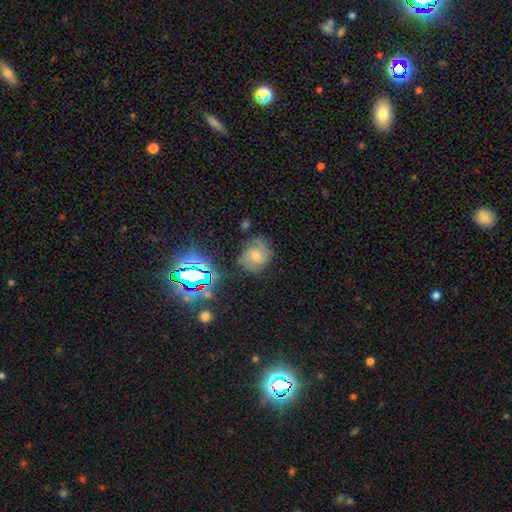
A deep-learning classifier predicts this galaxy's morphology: Q: Smooth or featured?
A: featured or disk (39%); runner-up: smooth (31%)
Q: Merging?
A: none (69%); runner-up: minor disturbance (20%)